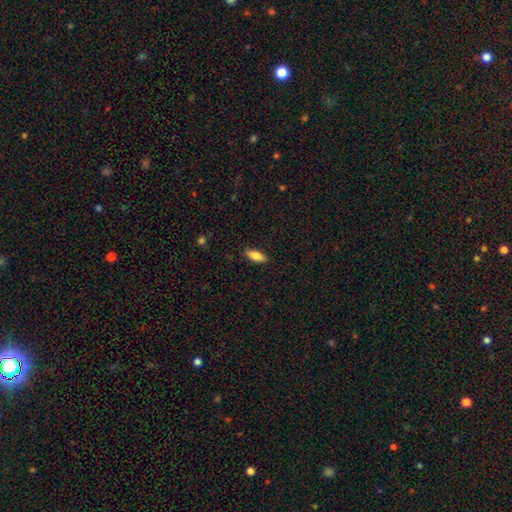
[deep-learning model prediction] smooth_or_featured: smooth (p=0.84) [alt: featured or disk p=0.09]
how_rounded: in between (p=0.80) [alt: cigar-shaped p=0.18]
merging: none (p=0.88) [alt: minor disturbance p=0.09]